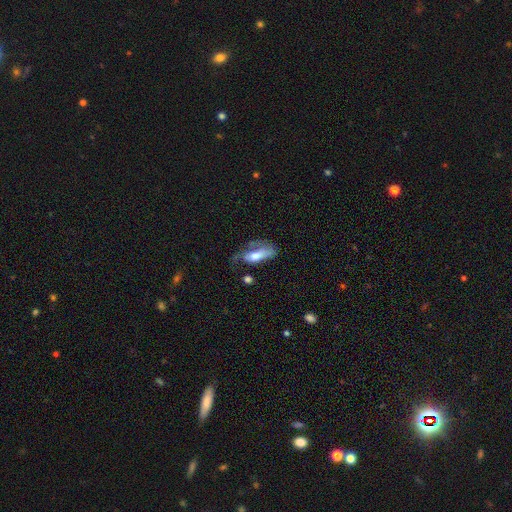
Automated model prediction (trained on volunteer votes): Smooth or featured? Predicted: smooth (p=0.58). How rounded? Predicted: in between (p=0.73). Merging? Predicted: major disturbance (p=0.42).